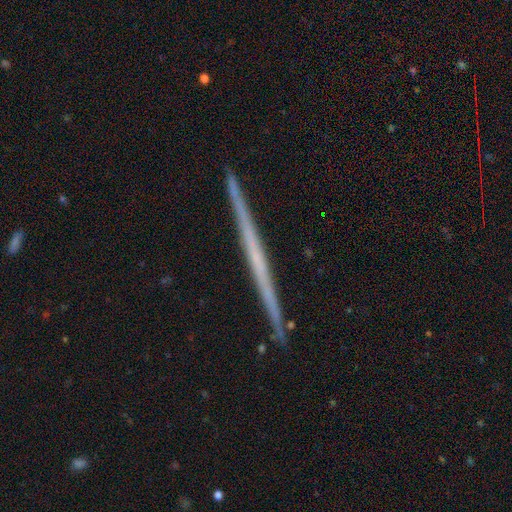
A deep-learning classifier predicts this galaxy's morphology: A featured or disk galaxy (69%) viewed edge-on (98%) with no central bulge (87%).

Vote fractions:
- Smooth or featured? featured or disk: 69% / smooth: 24% / star or artifact: 6%
- Edge-on disk? yes: 98% / no: 2%
- Edge-on bulge? none: 87% / rounded: 10% / boxy: 4%
- Merging? none: 92% / minor disturbance: 6% / major disturbance: 1% / merger: 1%